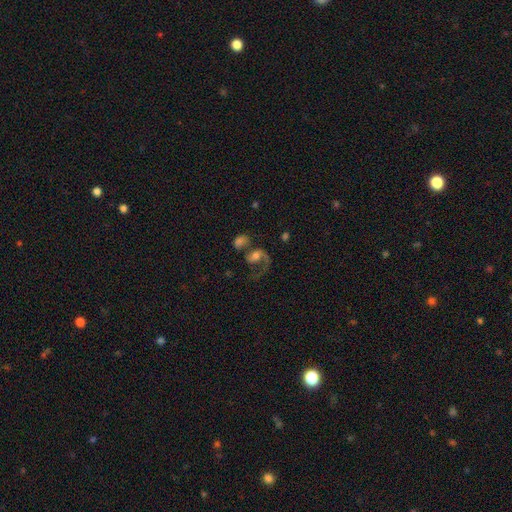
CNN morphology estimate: Smooth or featured: featured or disk — 65% (smooth — 25%)
Edge-on disk: no — 97% (yes — 3%)
Bar: no — 60% (weak — 31%)
Spiral arms: yes — 85% (no — 15%)
Spiral winding: loose — 55% (medium — 34%)
Spiral arm count: 1 — 68% (2 — 26%)
Bulge size: moderate — 50% (large — 20%)
Merging: major disturbance — 34% (merger — 29%)